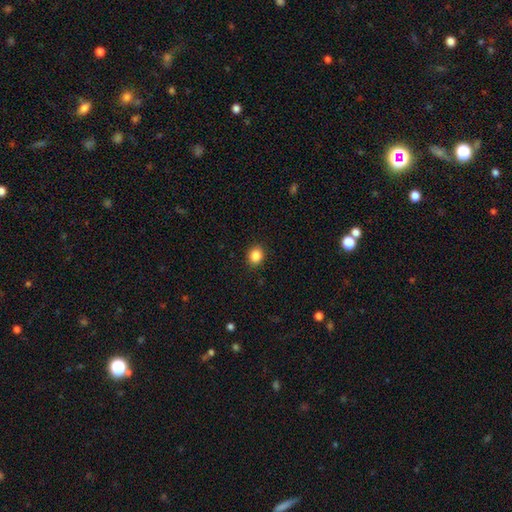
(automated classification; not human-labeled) This is clearly a smooth galaxy (86%). How rounded: likely round (69%). Merging: clearly none (91%).